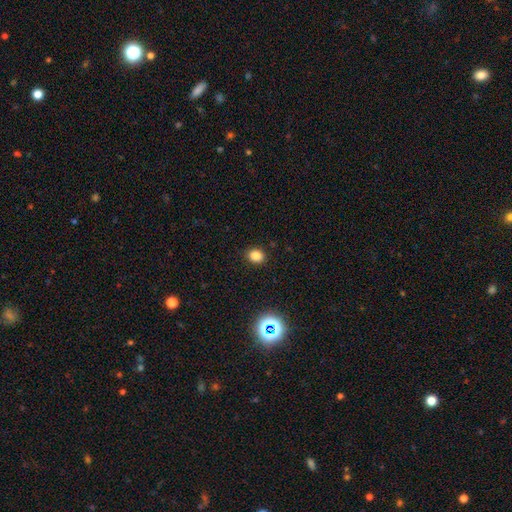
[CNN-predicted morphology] This is clearly a smooth galaxy (82%). How rounded: possibly round (57%). Merging: clearly none (90%).